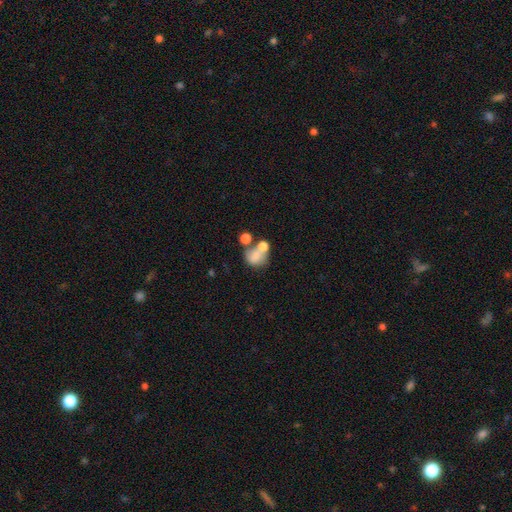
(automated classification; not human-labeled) Q: Smooth or featured?
A: smooth (71%); runner-up: featured or disk (17%)
Q: How rounded?
A: round (66%); runner-up: in between (33%)
Q: Merging?
A: merger (45%); runner-up: none (31%)